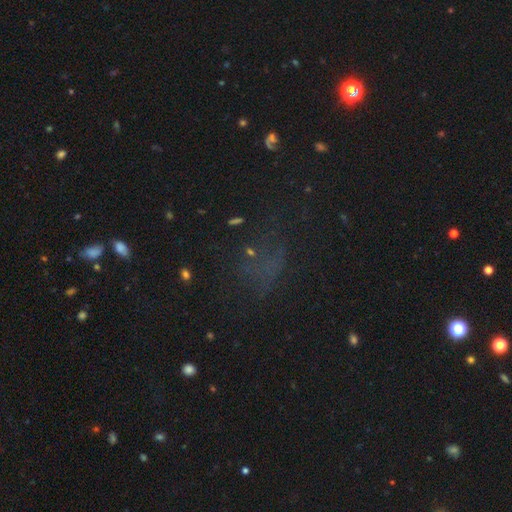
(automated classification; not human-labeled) This appears to be a star or artifact, not a galaxy (47%).